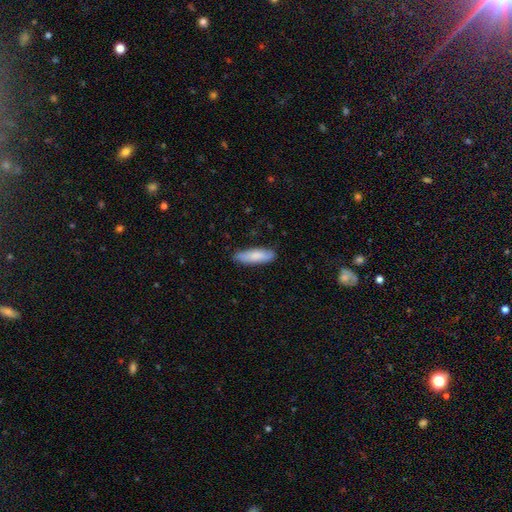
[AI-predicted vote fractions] Smooth or featured: smooth — 82% (featured or disk — 12%)
How rounded: cigar-shaped — 53% (in between — 45%)
Merging: none — 82% (minor disturbance — 14%)